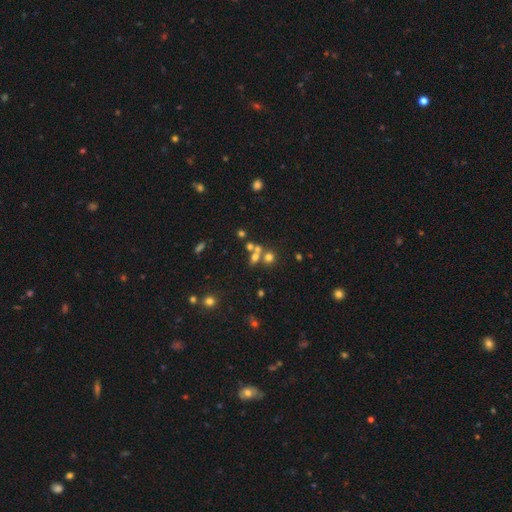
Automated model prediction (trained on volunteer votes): A smooth galaxy with no disk features (55%) that is round (74%).

Vote fractions:
- Smooth or featured? smooth: 55% / star or artifact: 26% / featured or disk: 19%
- How rounded? round: 74% / in between: 24% / cigar-shaped: 2%
- Merging? none: 44% / merger: 43% / minor disturbance: 8% / major disturbance: 5%